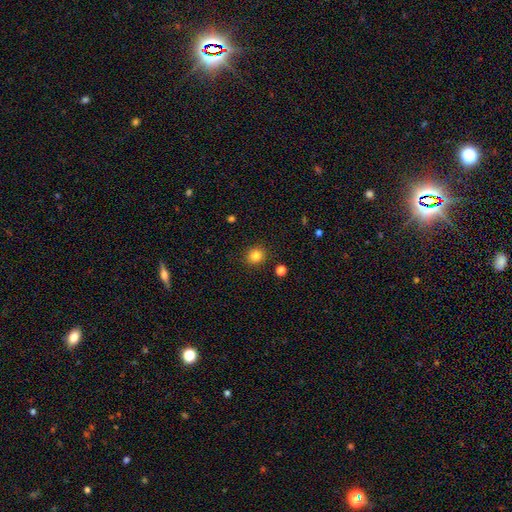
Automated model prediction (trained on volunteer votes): Smooth or featured?
  - smooth: 83% *
  - star or artifact: 12%
  - featured or disk: 5%
How rounded?
  - round: 85% *
  - in between: 14%
  - cigar-shaped: 1%
Merging?
  - none: 90% *
  - minor disturbance: 7%
  - major disturbance: 2%
  - merger: 2%